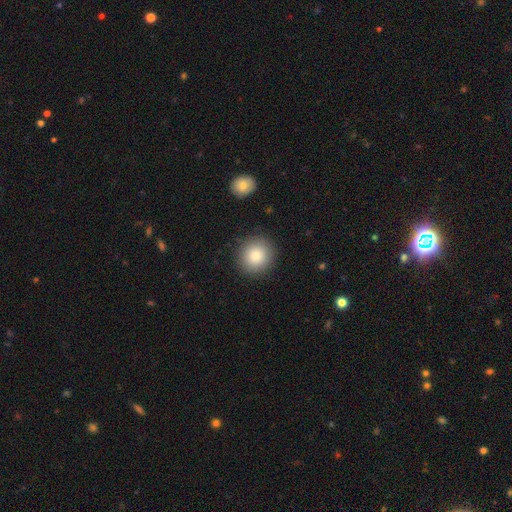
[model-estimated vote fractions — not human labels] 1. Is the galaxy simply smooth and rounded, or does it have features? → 86% smooth, 8% star or artifact, 6% featured or disk.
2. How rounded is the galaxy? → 91% round, 8% in between, 1% cigar-shaped.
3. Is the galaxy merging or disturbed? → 90% none, 7% minor disturbance, 2% major disturbance, 1% merger.